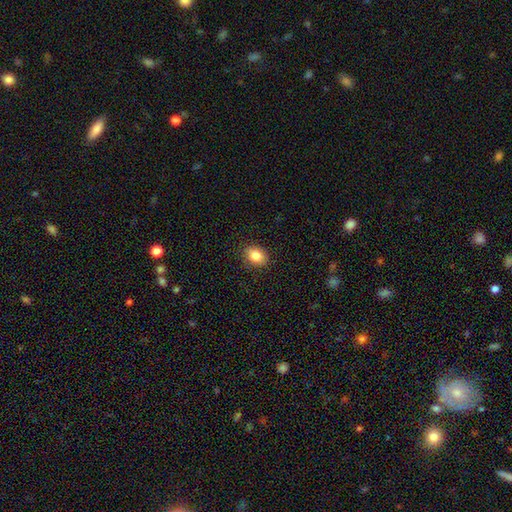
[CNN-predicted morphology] smooth-or-featured: smooth: 84% | star or artifact: 9% | featured or disk: 7%
  how-rounded: in between: 65% | round: 34% | cigar-shaped: 1%
  merging: none: 88% | minor disturbance: 9% | major disturbance: 2% | merger: 1%